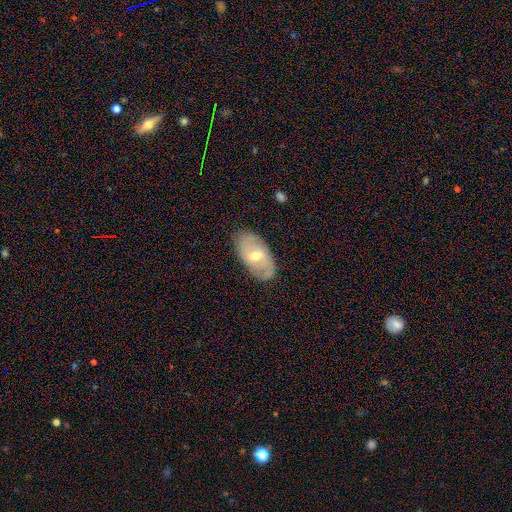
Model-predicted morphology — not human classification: Smooth or featured: featured or disk — 64% (smooth — 30%)
Edge-on disk: no — 90% (yes — 10%)
Bar: weak — 47% (no — 39%)
Spiral arms: yes — 71% (no — 29%)
Bulge size: moderate — 65% (small — 30%)
Merging: none — 81% (minor disturbance — 14%)